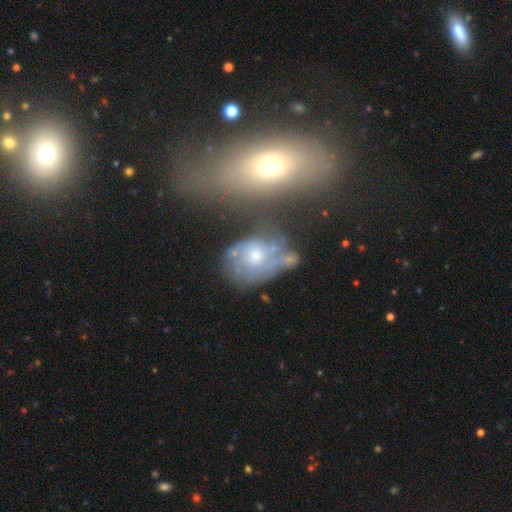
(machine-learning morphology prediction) The model was most divided on "merging": none: 31%, merger: 30%, major disturbance: 22%, minor disturbance: 17%. More confident: edge-on disk — no (95%); bar — no (81%); spiral arms — yes (58%); smooth or featured — featured or disk (56%); bulge size — moderate (55%).